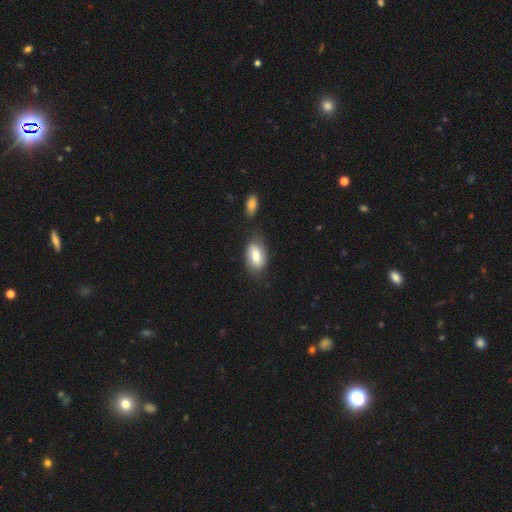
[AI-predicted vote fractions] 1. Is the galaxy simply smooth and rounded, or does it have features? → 75% smooth, 19% featured or disk, 7% star or artifact.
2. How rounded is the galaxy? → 92% in between, 6% round, 3% cigar-shaped.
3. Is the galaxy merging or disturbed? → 66% none, 19% minor disturbance, 10% merger, 5% major disturbance.